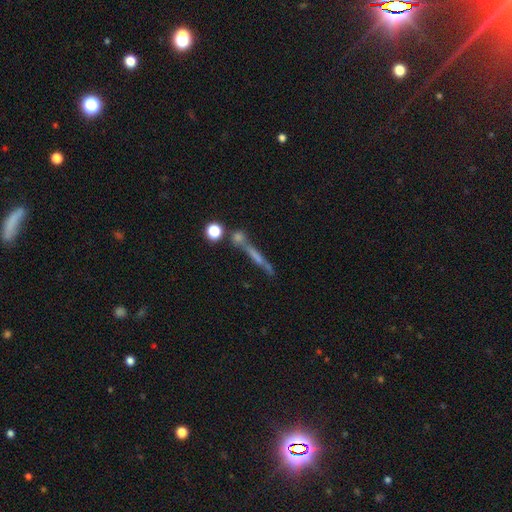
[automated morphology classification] Overall: featured or disk (48%; smooth 34%). Merging: none (63%).